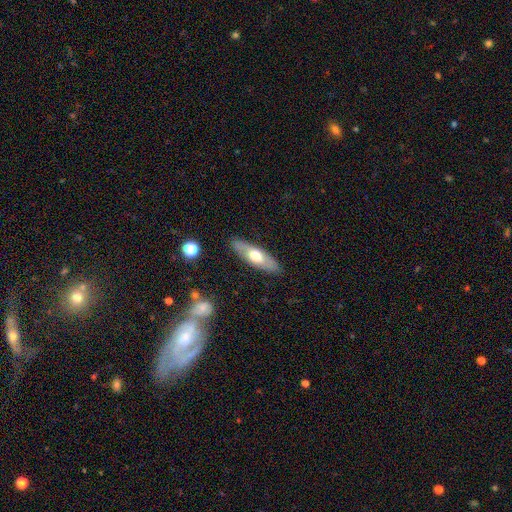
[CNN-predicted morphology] Smooth or featured: smooth — 51% (featured or disk — 44%)
How rounded: in between — 55% (cigar-shaped — 42%)
Merging: none — 87% (minor disturbance — 9%)